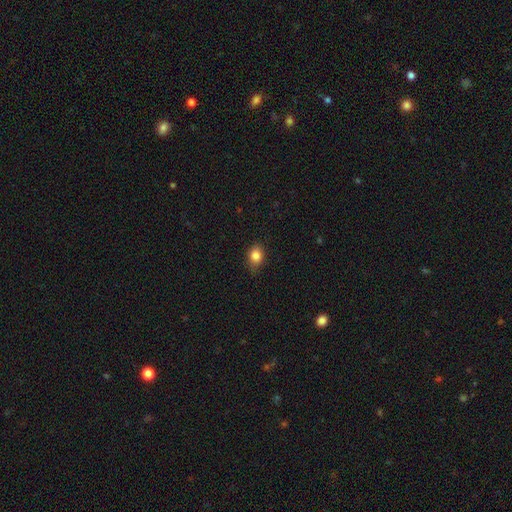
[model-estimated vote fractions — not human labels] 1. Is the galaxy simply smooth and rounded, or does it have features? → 84% smooth, 10% star or artifact, 6% featured or disk.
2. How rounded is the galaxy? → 58% in between, 40% round, 1% cigar-shaped.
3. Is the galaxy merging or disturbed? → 75% none, 20% minor disturbance, 4% major disturbance, 1% merger.